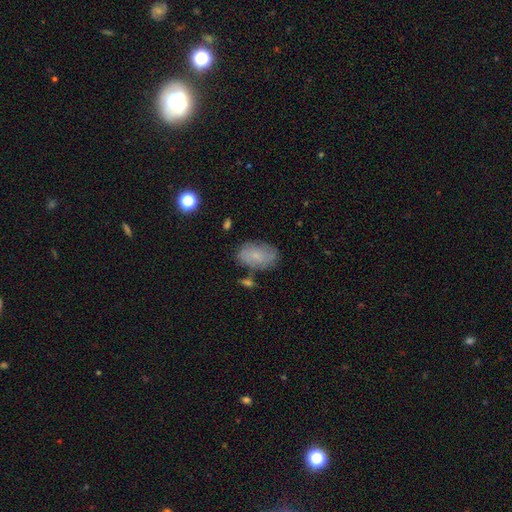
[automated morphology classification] Smooth or featured? Predicted: smooth (p=0.68). How rounded? Predicted: in between (p=0.90). Merging? Predicted: none (p=0.72).